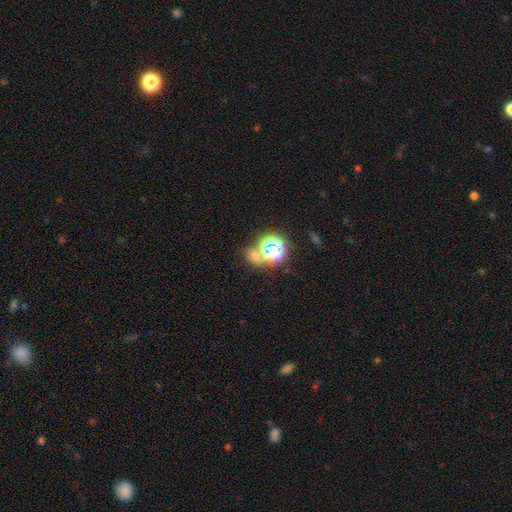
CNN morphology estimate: star or artifact 52%, smooth 38%, featured or disk 10%.